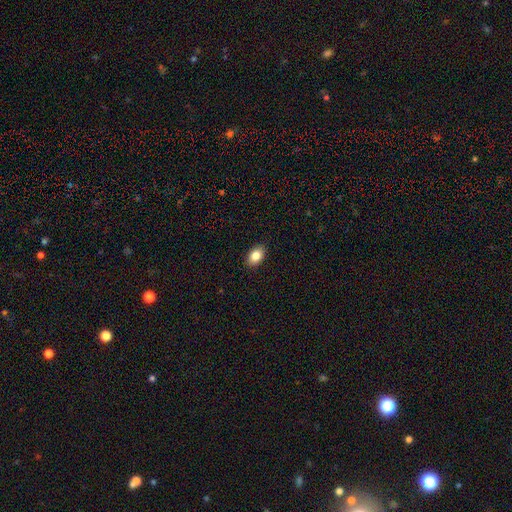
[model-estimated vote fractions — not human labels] A smooth galaxy with no disk features (85%) that is in between round and cigar-shaped (87%).

Vote fractions:
- Smooth or featured? smooth: 85% / star or artifact: 8% / featured or disk: 7%
- How rounded? in between: 87% / round: 12% / cigar-shaped: 1%
- Merging? none: 89% / minor disturbance: 8% / major disturbance: 2% / merger: 1%